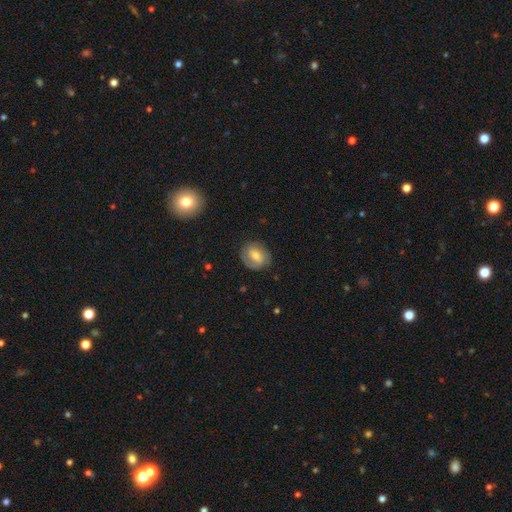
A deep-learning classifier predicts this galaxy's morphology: Smooth or featured? Predicted: smooth (p=0.51). How rounded? Predicted: round (p=0.59). Merging? Predicted: none (p=0.76).